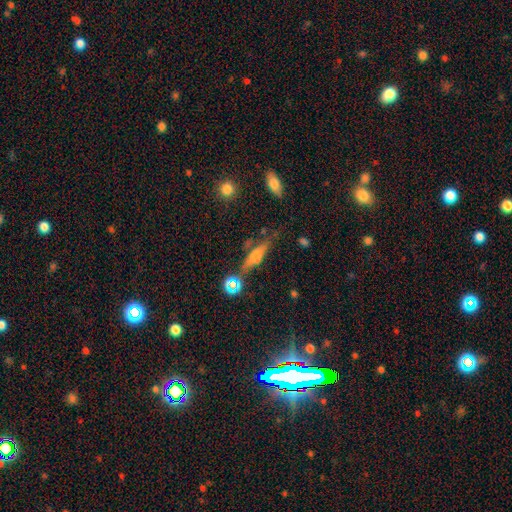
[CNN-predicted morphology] This is marginally a smooth galaxy (43%, tied with featured or disk). Merging: likely none (65%).